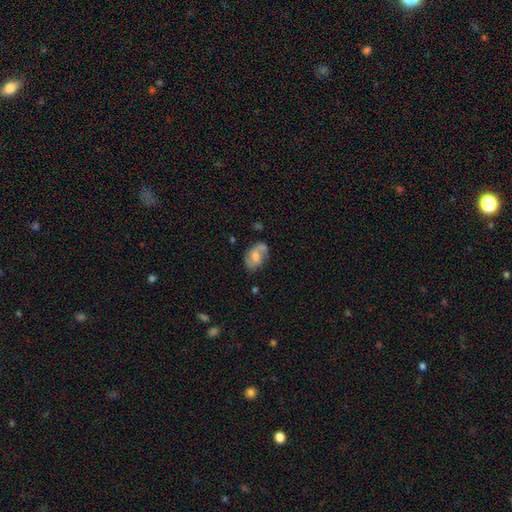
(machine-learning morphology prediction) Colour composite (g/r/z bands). It shows a featured or disk galaxy (58%) with no bar (49%), spiral arms (84%) and a moderate central bulge (58%). Merging: none (65%).